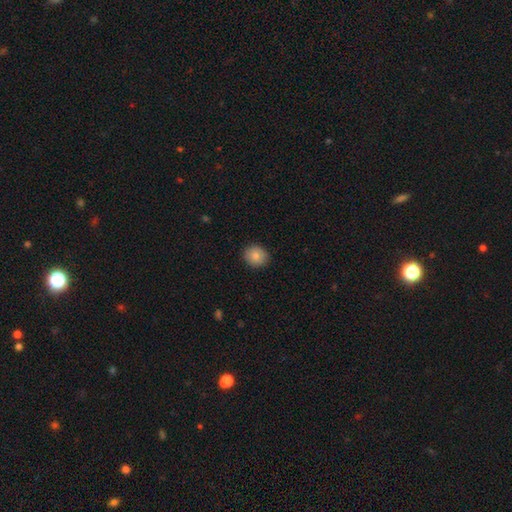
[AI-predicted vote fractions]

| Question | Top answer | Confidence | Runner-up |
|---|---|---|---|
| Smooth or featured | smooth | 82% | featured or disk (9%) |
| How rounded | round | 76% | in between (23%) |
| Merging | none | 89% | minor disturbance (8%) |